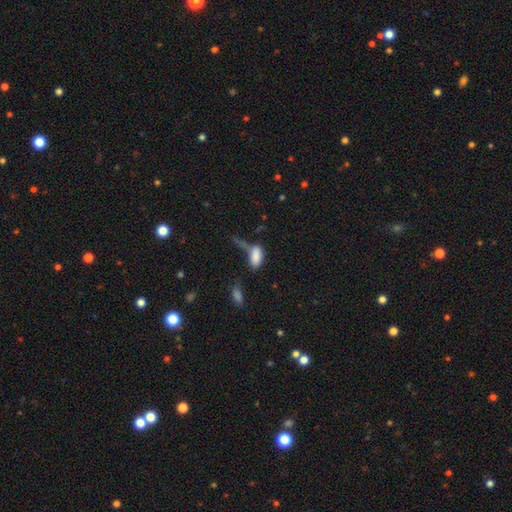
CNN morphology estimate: A smooth galaxy with no disk features (81%) that is in between round and cigar-shaped (90%). Merging: none (28%).